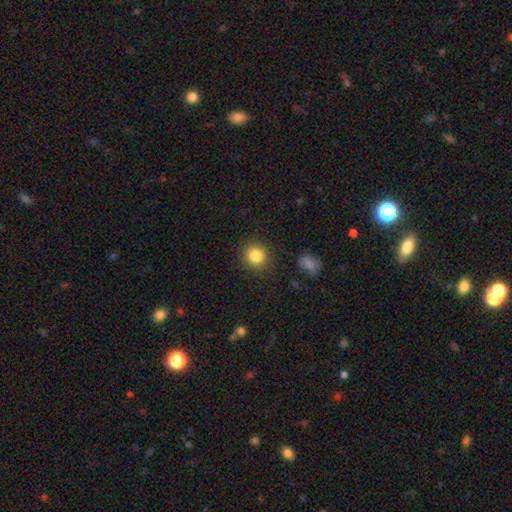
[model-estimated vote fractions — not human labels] The model was most divided on "smooth or featured": smooth: 85%, star or artifact: 10%, featured or disk: 5%. More confident: merging — none (88%); how rounded — round (87%).